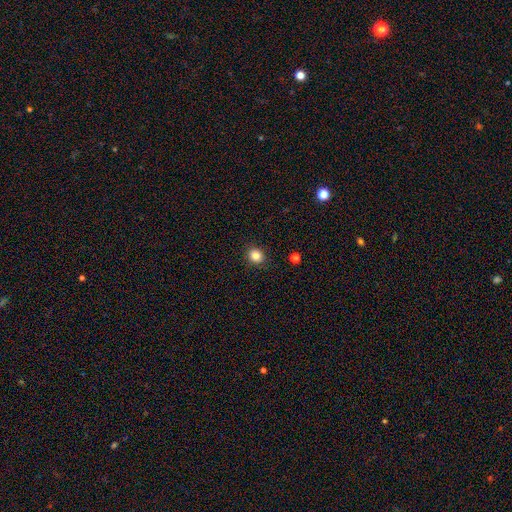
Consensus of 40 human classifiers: smooth-or-featured: smooth: 80% | star or artifact: 12% | featured or disk: 8%
  how-rounded: round: 78% | in between: 22% | cigar-shaped: 0%
  merging: none: 89% | minor disturbance: 9% | major disturbance: 3% | merger: 0%